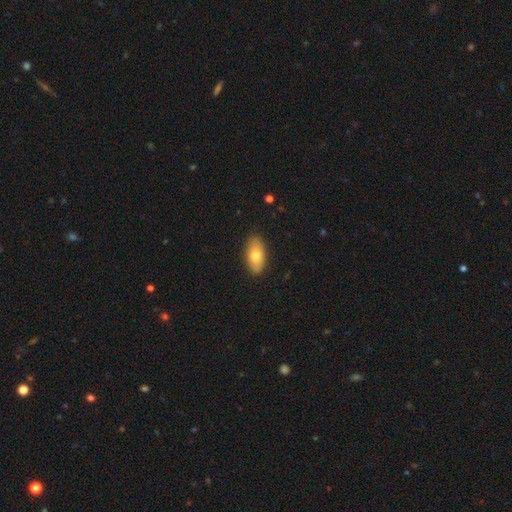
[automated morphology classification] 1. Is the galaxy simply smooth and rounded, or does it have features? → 74% smooth, 20% featured or disk, 6% star or artifact.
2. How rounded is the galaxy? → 91% in between, 6% cigar-shaped, 4% round.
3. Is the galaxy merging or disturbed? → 87% none, 11% minor disturbance, 2% major disturbance, 1% merger.